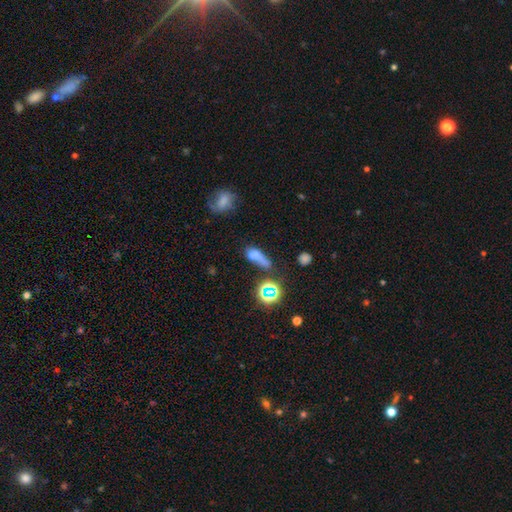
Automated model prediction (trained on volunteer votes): smooth_or_featured: smooth (p=0.58) [alt: star or artifact p=0.23]
how_rounded: in between (p=0.49) [alt: cigar-shaped p=0.26]
merging: merger (p=0.32) [alt: none p=0.29]